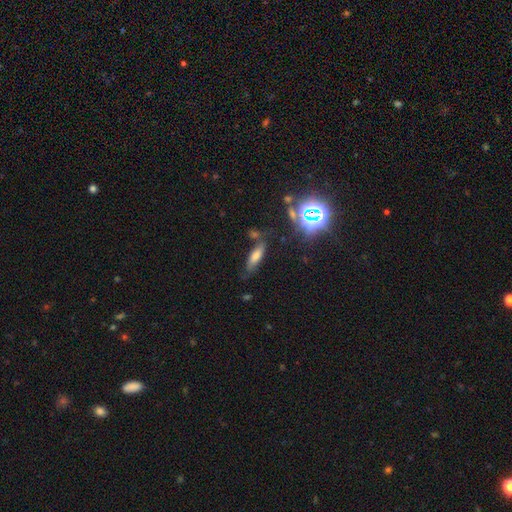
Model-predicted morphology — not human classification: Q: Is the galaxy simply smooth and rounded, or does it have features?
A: smooth — 54%.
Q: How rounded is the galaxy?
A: in between — 48%.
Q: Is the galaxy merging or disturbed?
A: none — 66%.